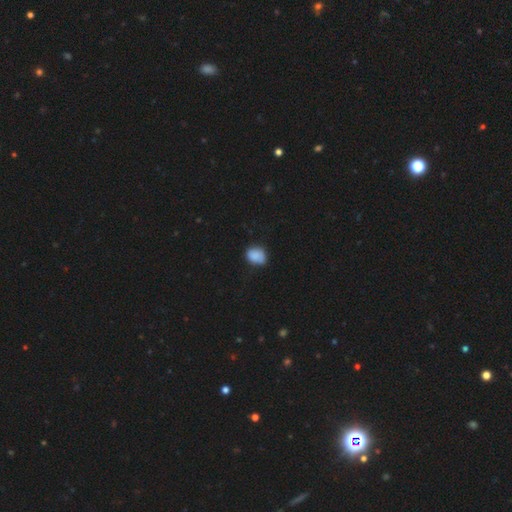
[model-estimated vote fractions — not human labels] Smooth or featured? Predicted: smooth (p=0.85). How rounded? Predicted: in between (p=0.57). Merging? Predicted: none (p=0.65).